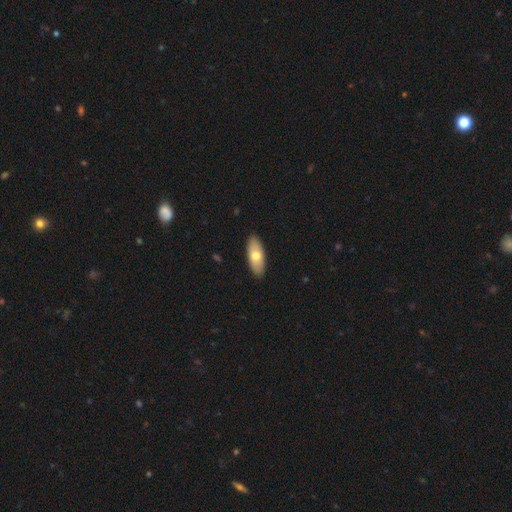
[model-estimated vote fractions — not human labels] smooth 69%, featured or disk 26%, star or artifact 5%. Down the decision tree: how rounded — in between (83%); merging — none (89%).